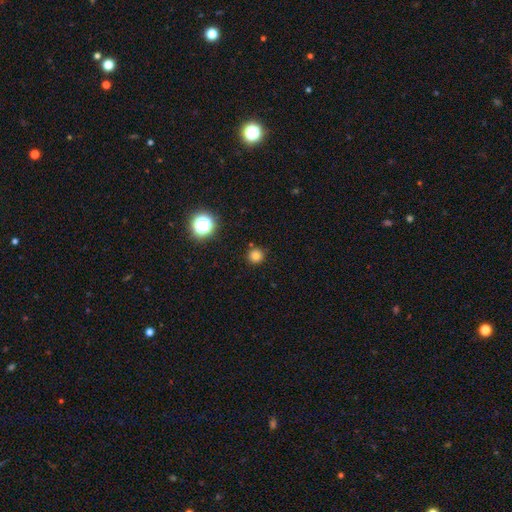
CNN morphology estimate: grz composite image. It shows a smooth galaxy with no disk features (78%) that is round (95%). Merging: none (88%).